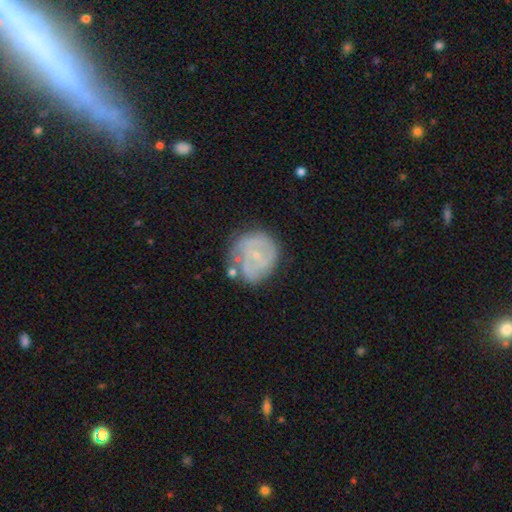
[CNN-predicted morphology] This is likely a featured or disk galaxy (61%). It is clearly not viewed edge-on (98%). Bar: likely no (64%). Spiral arm pattern: likely yes (69%). Central bulge: likely small (78%). Merging: possibly none (59%).